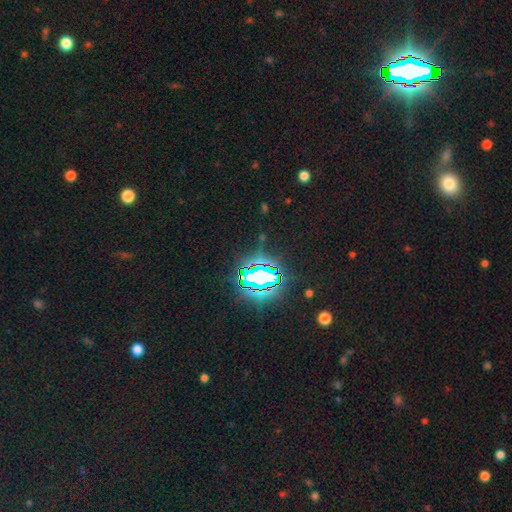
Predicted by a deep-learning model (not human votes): Smooth or featured?
  - star or artifact: 83% *
  - smooth: 10%
  - featured or disk: 7%